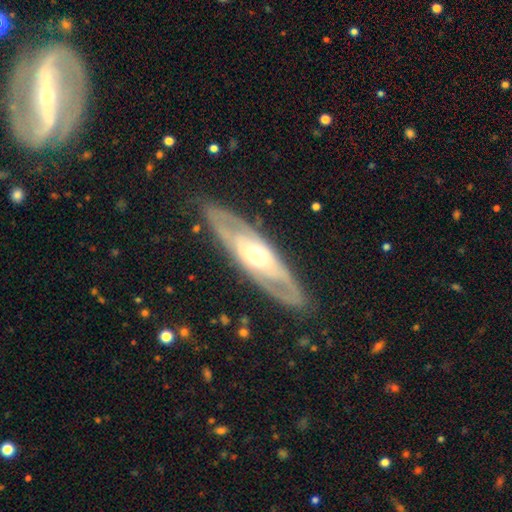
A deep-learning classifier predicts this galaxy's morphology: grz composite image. It shows a featured or disk galaxy (75%) with no bar (72%), no spiral arms (51%) and a moderate central bulge (68%). Merging: none (83%).